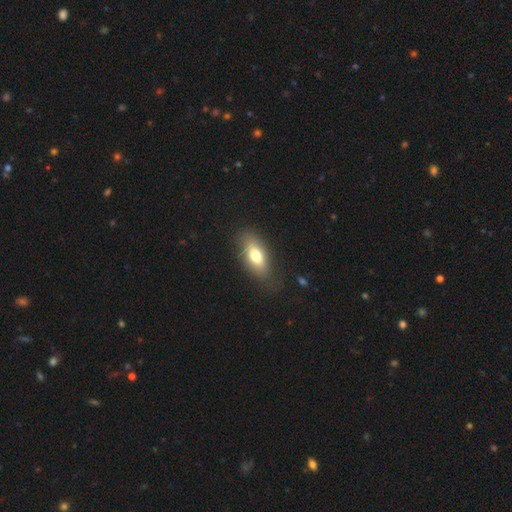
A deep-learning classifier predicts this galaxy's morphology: smooth_or_featured: smooth (p=0.71) [alt: featured or disk p=0.21]
how_rounded: in between (p=0.83) [alt: cigar-shaped p=0.12]
merging: none (p=0.79) [alt: minor disturbance p=0.15]